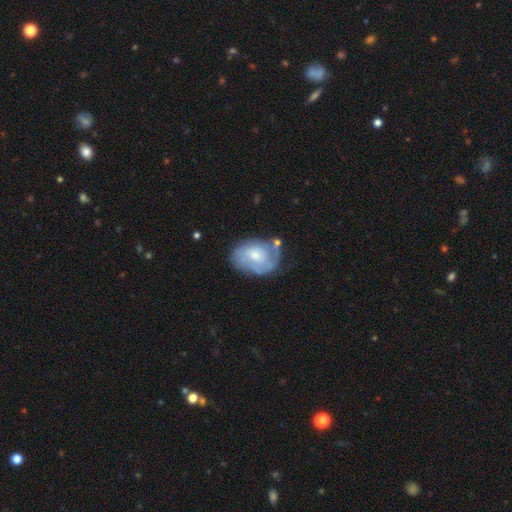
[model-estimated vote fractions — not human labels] Smooth or featured? Predicted: featured or disk (p=0.65). Edge-on disk? Predicted: no (p=0.97). Bar? Predicted: no (p=0.60). Spiral arms? Predicted: yes (p=0.80). Spiral winding? Predicted: tight (p=0.54). Spiral arm count? Predicted: can't tell (p=0.36). Bulge size? Predicted: moderate (p=0.44). Merging? Predicted: none (p=0.54).